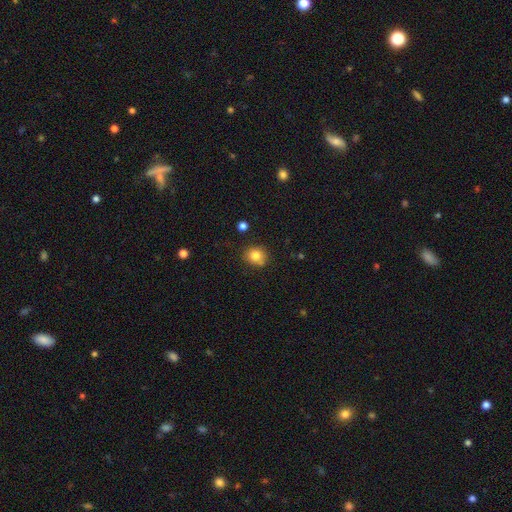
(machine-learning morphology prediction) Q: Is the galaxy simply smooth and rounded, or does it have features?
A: smooth — 80%.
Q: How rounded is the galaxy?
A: round — 81%.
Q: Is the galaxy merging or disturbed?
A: none — 75%.